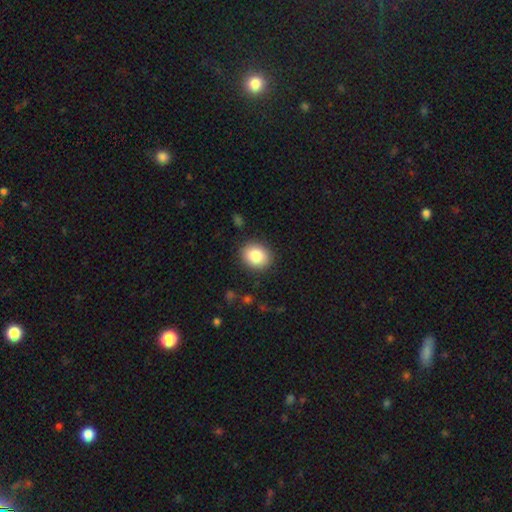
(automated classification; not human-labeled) This is clearly a smooth galaxy (85%). How rounded: possibly round (56%). Merging: clearly none (88%).